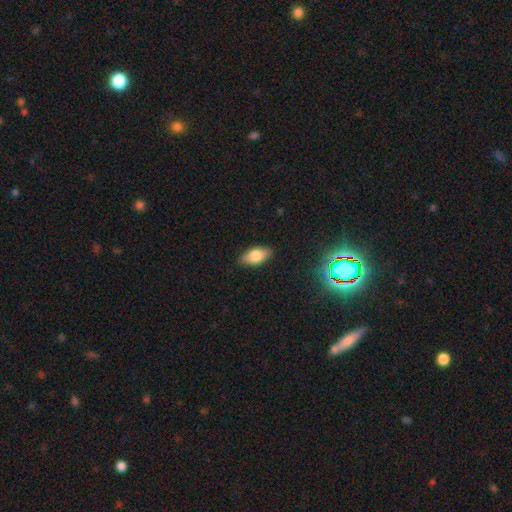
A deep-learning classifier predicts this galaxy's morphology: Overall: smooth (75%). How rounded: in between (89%). Merging: none (85%).